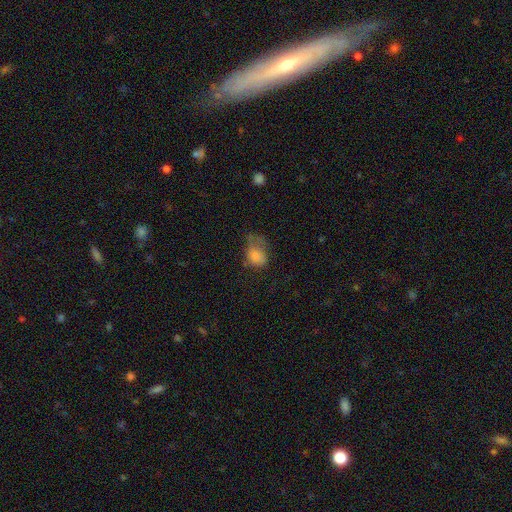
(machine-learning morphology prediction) Q: Smooth or featured?
A: smooth (75%); runner-up: featured or disk (14%)
Q: How rounded?
A: in between (70%); runner-up: round (29%)
Q: Merging?
A: major disturbance (41%); runner-up: minor disturbance (30%)